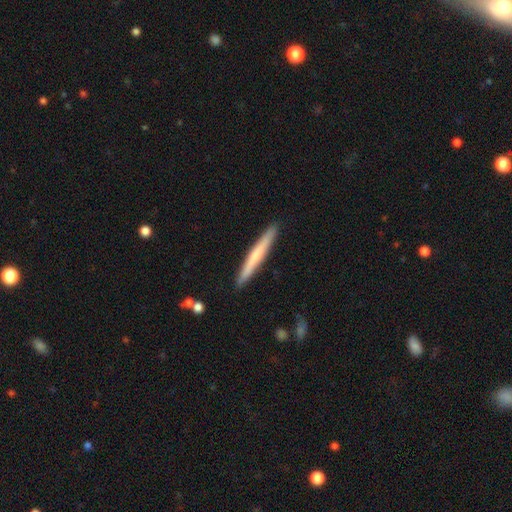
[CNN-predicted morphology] This appears to be a smooth galaxy with no disk features (55%) that is cigar-shaped (96%). Merging: none (91%).